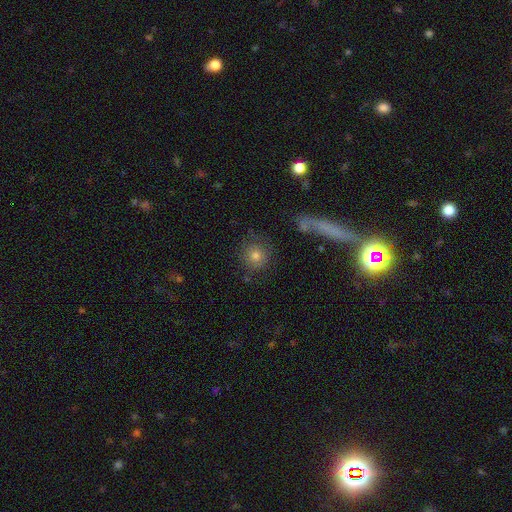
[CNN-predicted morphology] A smooth galaxy with no disk features (75%) that is round (92%). Merging: none (80%).